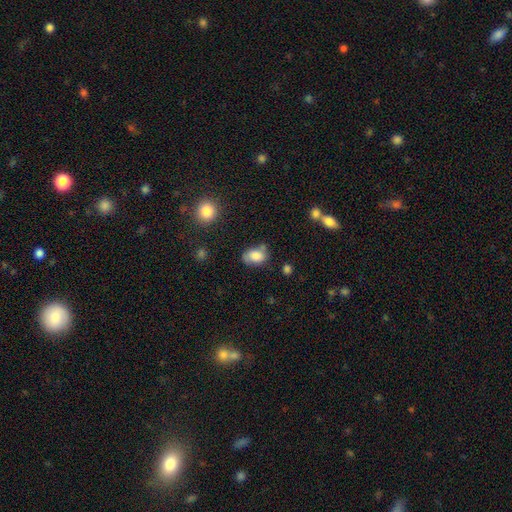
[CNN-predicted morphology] smooth-or-featured: smooth: 74% | featured or disk: 17% | star or artifact: 9%
  how-rounded: in between: 77% | round: 21% | cigar-shaped: 1%
  merging: none: 56% | minor disturbance: 28% | major disturbance: 9% | merger: 6%